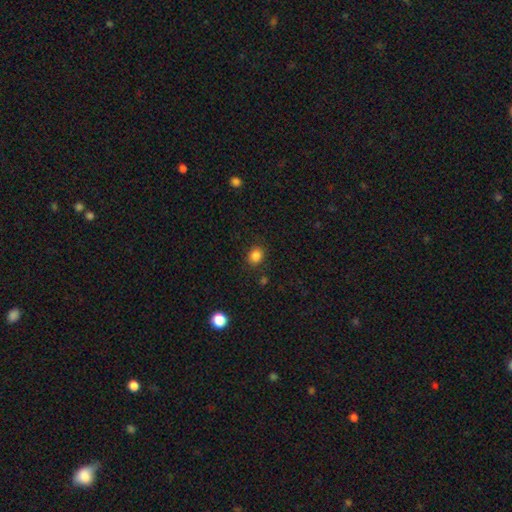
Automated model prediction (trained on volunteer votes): smooth-or-featured: smooth: 85% | star or artifact: 12% | featured or disk: 4%
  how-rounded: round: 66% | in between: 33% | cigar-shaped: 1%
  merging: none: 85% | minor disturbance: 9% | major disturbance: 3% | merger: 2%